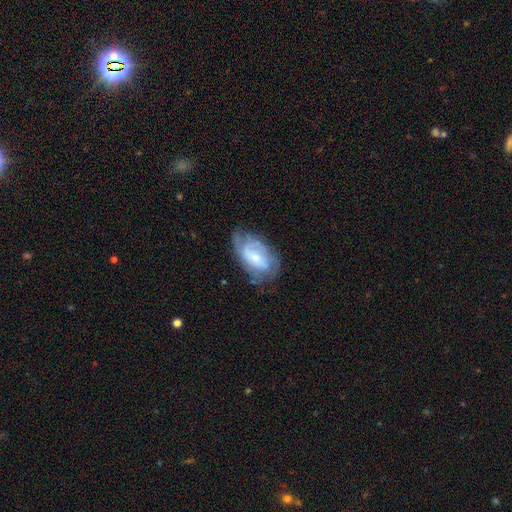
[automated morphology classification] The model was most divided on "bar": weak: 44%, no: 41%, strong: 15%. Remaining: edge-on disk — no (94%); spiral arms — yes (83%); smooth or featured — featured or disk (64%); merging — none (58%); spiral winding — tight (52%); bulge size — small (51%); spiral arm count — can't tell (45%).